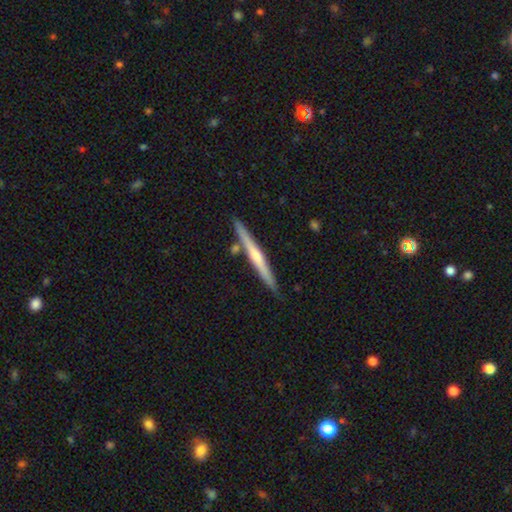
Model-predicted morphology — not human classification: Q: Smooth or featured?
A: featured or disk (62%); runner-up: smooth (33%)
Q: Edge-on disk?
A: yes (97%); runner-up: no (3%)
Q: Edge-on bulge?
A: rounded (60%); runner-up: none (35%)
Q: Merging?
A: none (85%); runner-up: minor disturbance (9%)